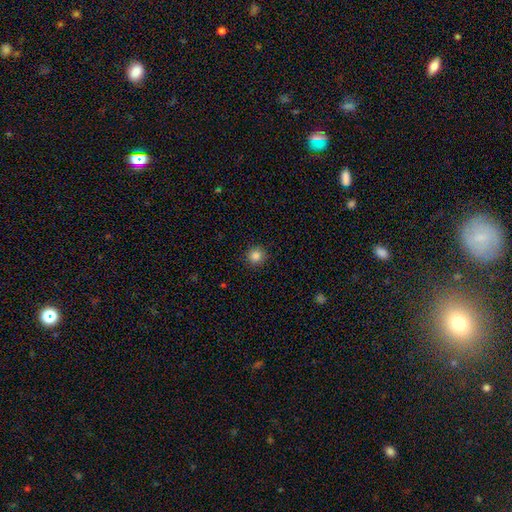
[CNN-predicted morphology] smooth-or-featured: smooth: 84% | star or artifact: 11% | featured or disk: 4%
  how-rounded: round: 94% | in between: 5% | cigar-shaped: 1%
  merging: none: 91% | minor disturbance: 6% | major disturbance: 2% | merger: 1%